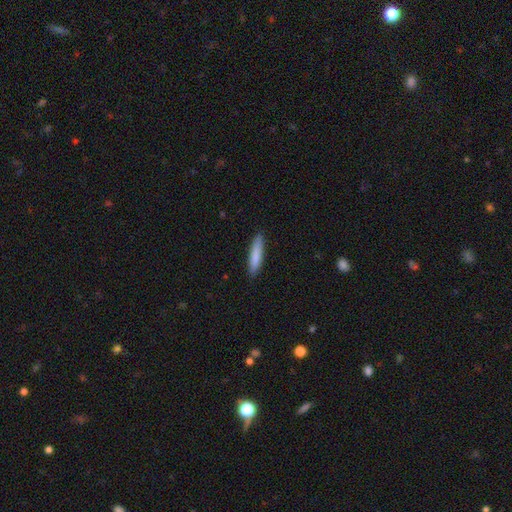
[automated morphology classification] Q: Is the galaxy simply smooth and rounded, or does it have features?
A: smooth — 83%.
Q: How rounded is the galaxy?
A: cigar-shaped — 86%.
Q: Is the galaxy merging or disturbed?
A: none — 88%.